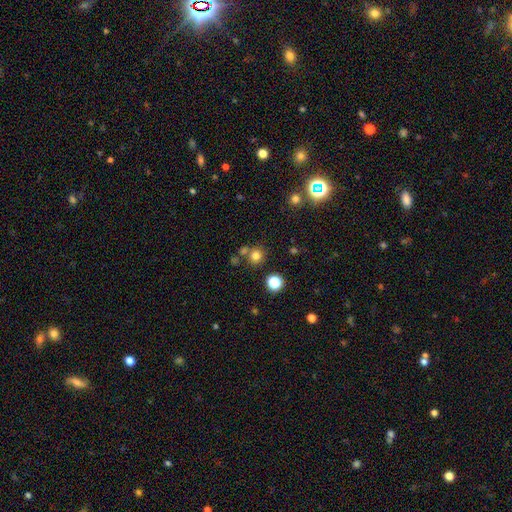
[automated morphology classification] A smooth galaxy with no disk features (76%) that is round (88%).

Vote fractions:
- Smooth or featured? smooth: 76% / star or artifact: 18% / featured or disk: 7%
- How rounded? round: 88% / in between: 11% / cigar-shaped: 1%
- Merging? none: 72% / merger: 16% / minor disturbance: 9% / major disturbance: 3%